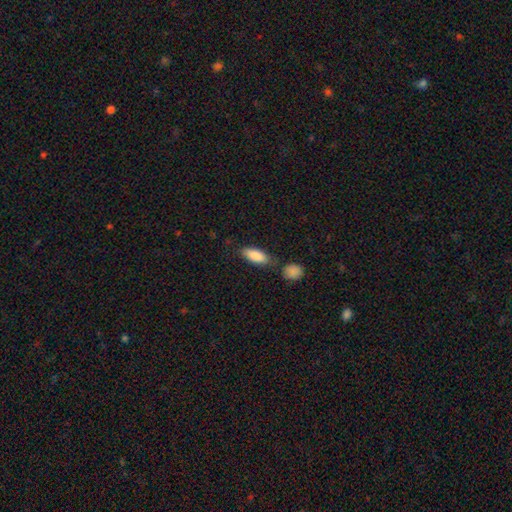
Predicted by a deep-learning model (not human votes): smooth-or-featured: smooth: 86% | featured or disk: 8% | star or artifact: 6%
  how-rounded: in between: 80% | cigar-shaped: 17% | round: 2%
  merging: none: 67% | minor disturbance: 16% | merger: 12% | major disturbance: 4%